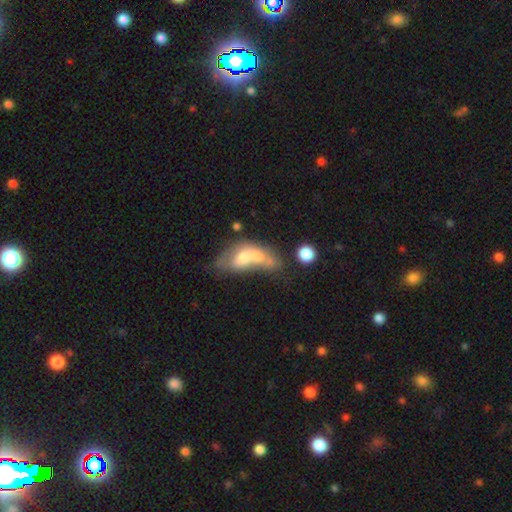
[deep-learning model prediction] A smooth galaxy with no disk features (53%) that is in between round and cigar-shaped (77%).

Vote fractions:
- Smooth or featured? smooth: 53% / featured or disk: 37% / star or artifact: 10%
- How rounded? in between: 77% / round: 14% / cigar-shaped: 9%
- Merging? merger: 71% / none: 12% / major disturbance: 10% / minor disturbance: 7%